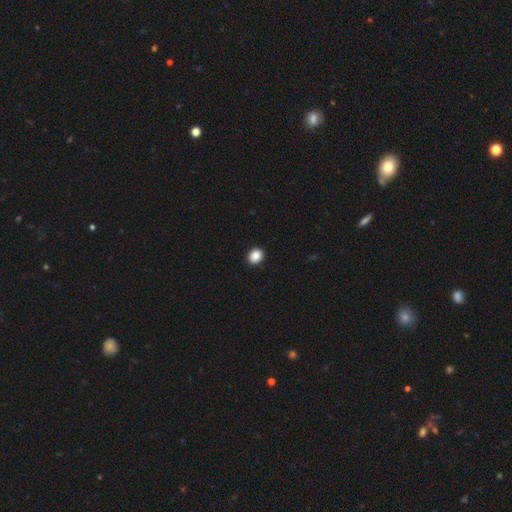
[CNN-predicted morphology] Smooth or featured? smooth (87%)
How rounded? round (63%)
Merging? none (93%)